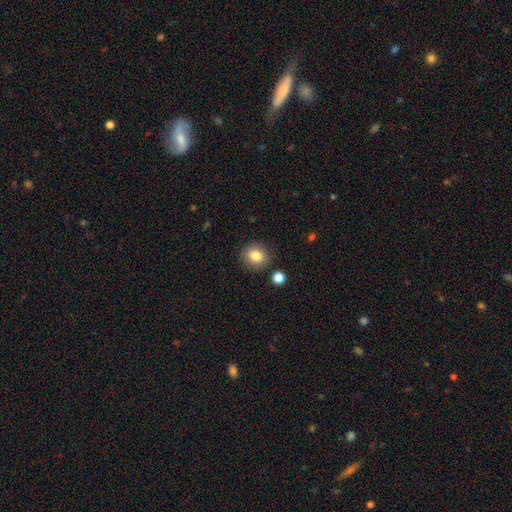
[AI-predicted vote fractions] This appears to be a smooth galaxy with no disk features (83%) that is round (78%). Merging: none (86%).